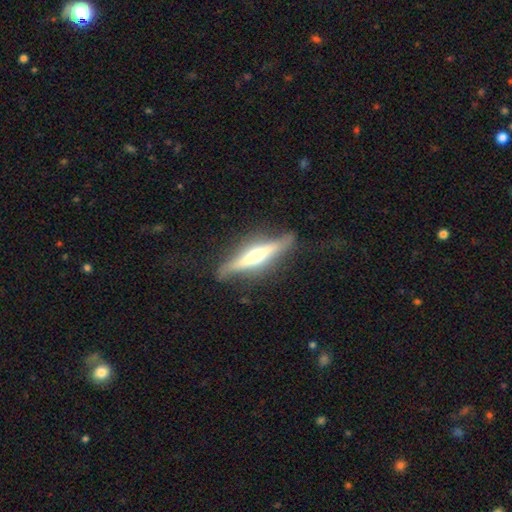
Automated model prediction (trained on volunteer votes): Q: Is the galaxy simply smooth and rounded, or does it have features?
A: featured or disk — 71%.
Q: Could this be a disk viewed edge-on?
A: yes — 92%.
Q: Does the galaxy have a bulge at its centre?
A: rounded — 84%.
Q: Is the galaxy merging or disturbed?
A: none — 78%.